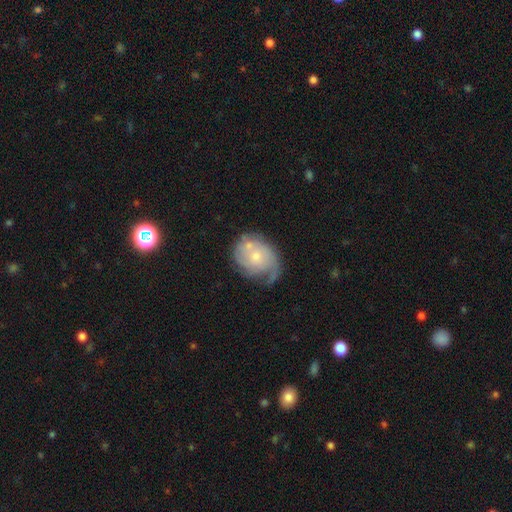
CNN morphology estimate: Smooth or featured? Predicted: featured or disk (p=0.65). Edge-on disk? Predicted: no (p=0.97). Bar? Predicted: no (p=0.78). Spiral arms? Predicted: yes (p=0.82). Spiral winding? Predicted: tight (p=0.44). Spiral arm count? Predicted: 1 (p=0.31, tied with can't tell). Bulge size? Predicted: small (p=0.59). Merging? Predicted: none (p=0.44).